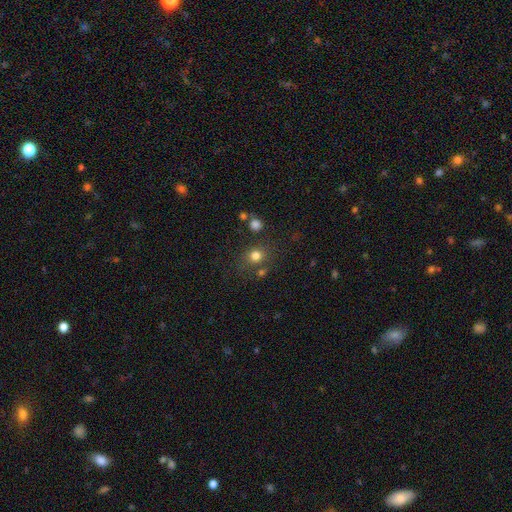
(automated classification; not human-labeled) Smooth or featured? Predicted: smooth (p=0.78). How rounded? Predicted: round (p=0.73). Merging? Predicted: none (p=0.71).